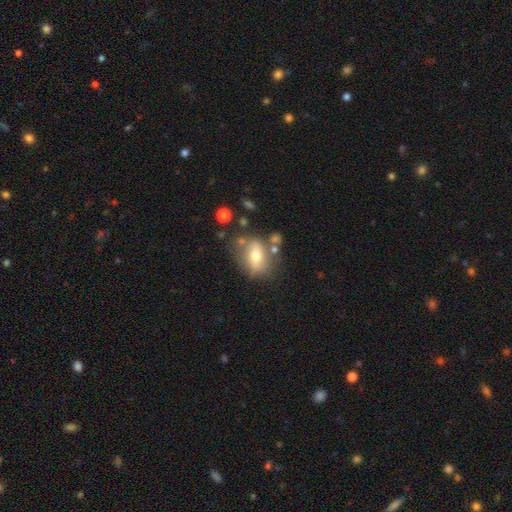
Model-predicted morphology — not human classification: The model was most divided on "smooth or featured": smooth: 52%, featured or disk: 39%, star or artifact: 10%. More confident: how rounded — in between (64%); merging — none (61%).